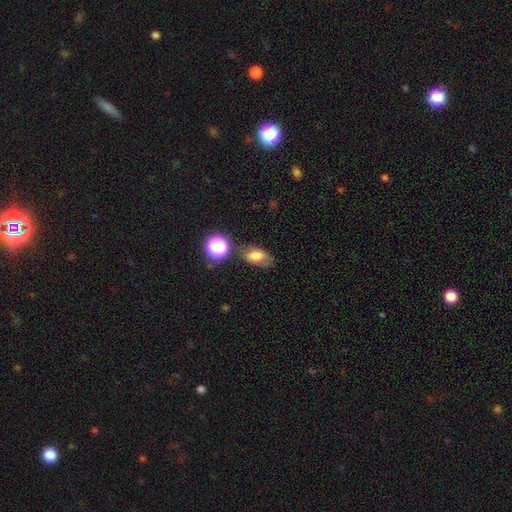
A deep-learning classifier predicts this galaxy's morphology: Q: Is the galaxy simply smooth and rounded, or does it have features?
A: smooth — 73%.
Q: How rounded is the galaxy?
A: in between — 83%.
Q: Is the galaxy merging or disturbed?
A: none — 62%.